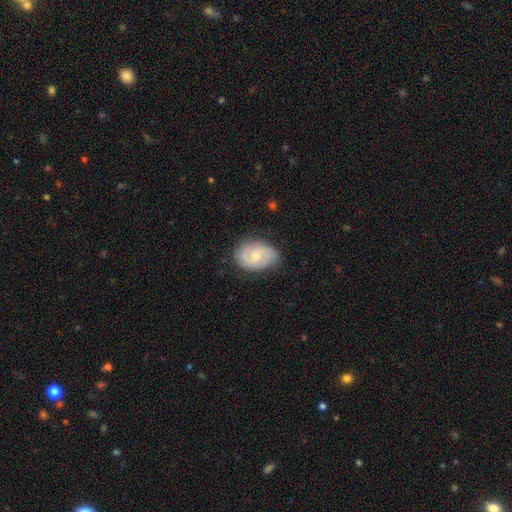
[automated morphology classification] Smooth or featured?
  - featured or disk: 59% *
  - smooth: 34%
  - star or artifact: 6%
Edge-on disk?
  - no: 97% *
  - yes: 3%
Bar?
  - no: 62% *
  - weak: 34%
  - strong: 4%
Spiral arms?
  - yes: 86% *
  - no: 14%
Bulge size?
  - moderate: 51% *
  - small: 43%
  - none: 3%
  - large: 2%
  - dominant: 1%
Merging?
  - none: 70% *
  - minor disturbance: 23%
  - major disturbance: 6%
  - merger: 1%